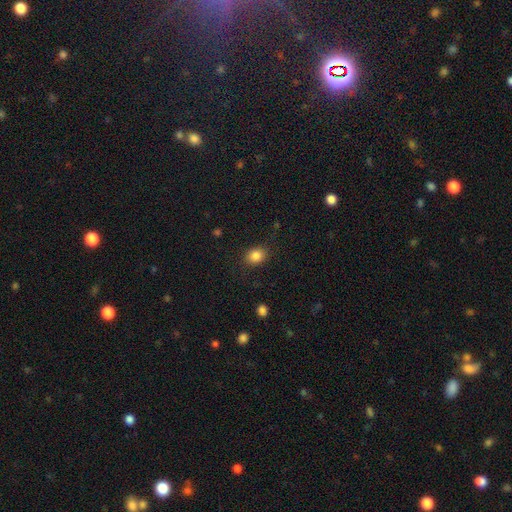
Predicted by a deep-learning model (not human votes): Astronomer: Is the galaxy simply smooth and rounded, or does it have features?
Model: smooth — 85%.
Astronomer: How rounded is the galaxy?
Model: in between — 51% (runner-up: round, 48%).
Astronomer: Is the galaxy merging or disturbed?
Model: none — 84%.